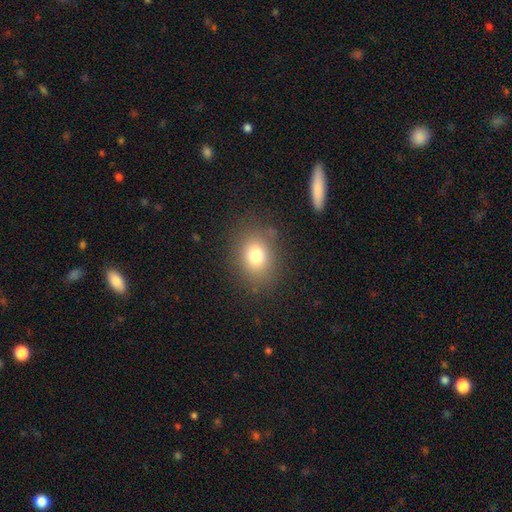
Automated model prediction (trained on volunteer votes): smooth-or-featured: smooth: 77% | star or artifact: 13% | featured or disk: 10%
  how-rounded: round: 50% | in between: 49% | cigar-shaped: 1%
  merging: none: 82% | minor disturbance: 12% | major disturbance: 5% | merger: 2%